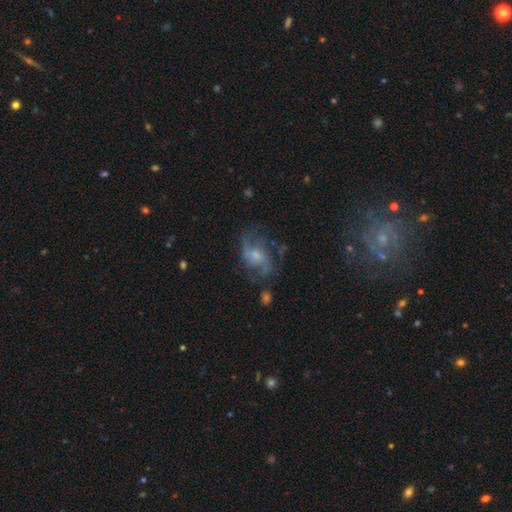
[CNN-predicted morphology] Smooth or featured? featured or disk (66%)
Edge-on disk? no (97%)
Bar? no (55%)
Spiral arms? yes (78%)
Bulge size? moderate (43%)
Merging? none (50%)